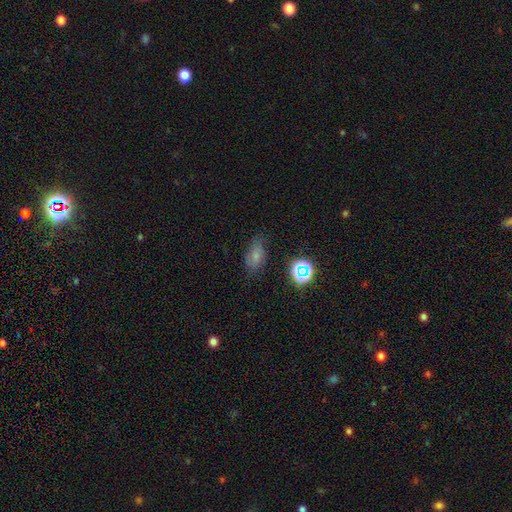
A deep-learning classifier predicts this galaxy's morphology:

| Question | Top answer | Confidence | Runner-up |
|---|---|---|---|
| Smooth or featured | smooth | 61% | featured or disk (20%) |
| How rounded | in between | 84% | round (13%) |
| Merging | none | 64% | minor disturbance (26%) |